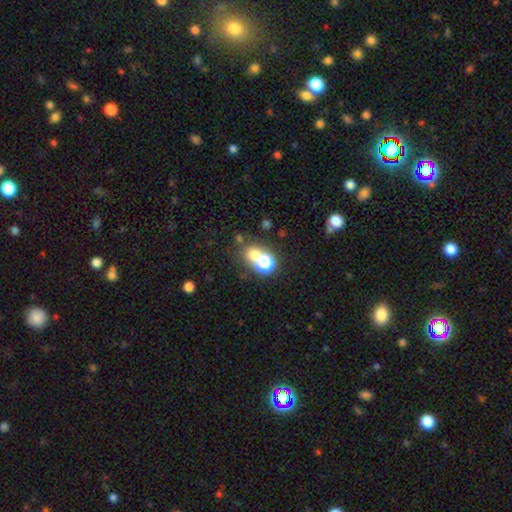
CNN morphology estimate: Smooth or featured? Predicted: smooth (p=0.62). How rounded? Predicted: round (p=0.77). Merging? Predicted: none (p=0.53).